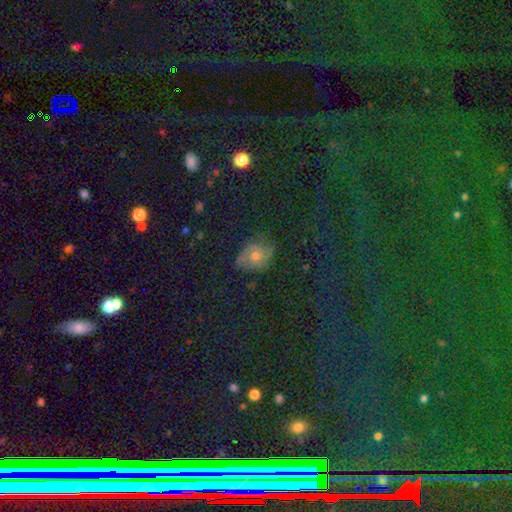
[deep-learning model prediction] The model was most divided on "smooth or featured": featured or disk: 39%, smooth: 32%, star or artifact: 30%. More confident: merging — none (70%).